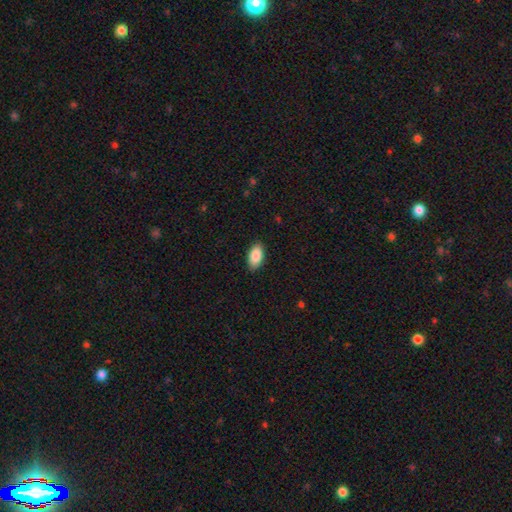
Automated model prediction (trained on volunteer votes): A smooth galaxy with no disk features (88%) that is in between round and cigar-shaped (94%). Merging: none (89%).